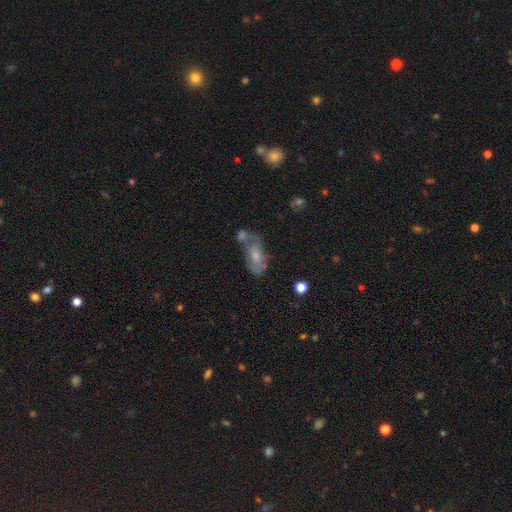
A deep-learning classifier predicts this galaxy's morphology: The model was most divided on "smooth or featured": featured or disk: 50%, smooth: 36%, star or artifact: 14%. Remaining: edge-on disk — no (88%); merging — none (42%).